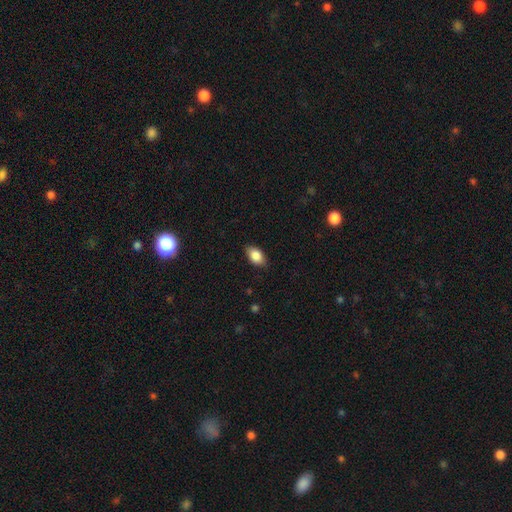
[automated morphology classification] Smooth or featured? Predicted: smooth (p=0.84). How rounded? Predicted: in between (p=0.89). Merging? Predicted: none (p=0.83).